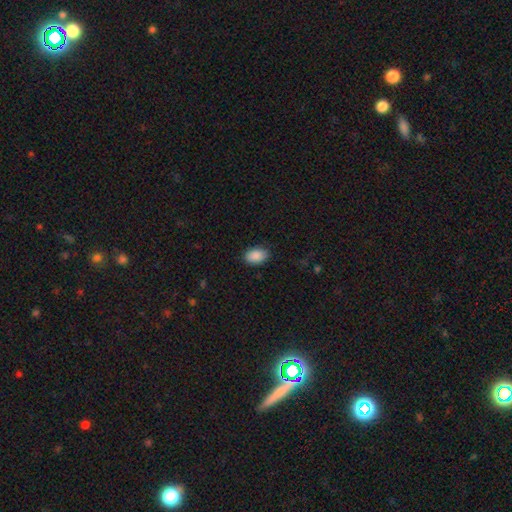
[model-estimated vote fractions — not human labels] A smooth galaxy with no disk features (90%) that is in between round and cigar-shaped (90%).

Vote fractions:
- Smooth or featured? smooth: 90% / star or artifact: 7% / featured or disk: 3%
- How rounded? in between: 90% / round: 9% / cigar-shaped: 1%
- Merging? none: 87% / minor disturbance: 10% / major disturbance: 2% / merger: 1%